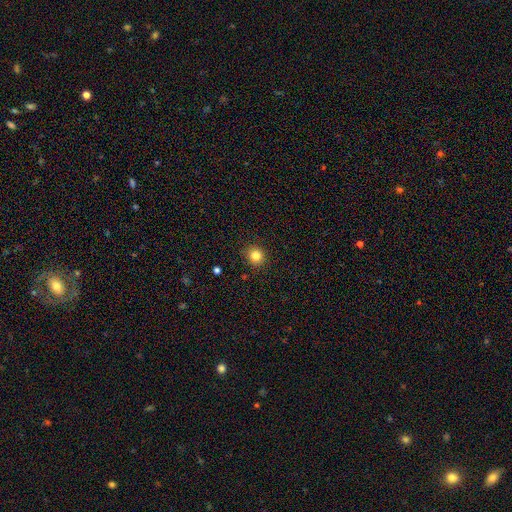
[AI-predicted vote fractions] A smooth galaxy with no disk features (83%) that is round (87%). Merging: none (90%).